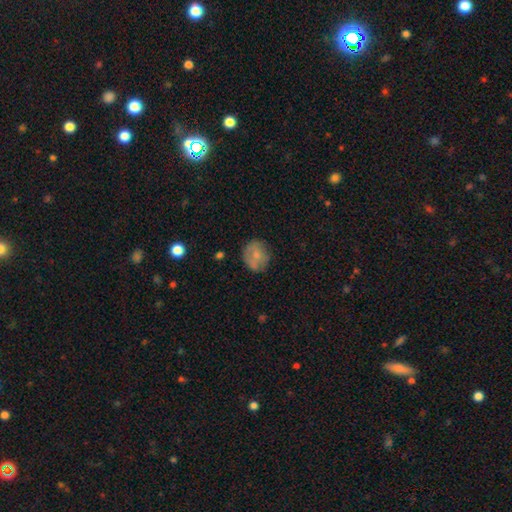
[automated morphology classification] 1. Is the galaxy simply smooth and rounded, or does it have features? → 68% smooth, 23% featured or disk, 9% star or artifact.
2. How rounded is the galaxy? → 71% round, 28% in between, 1% cigar-shaped.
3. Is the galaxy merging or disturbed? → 68% none, 21% minor disturbance, 8% major disturbance, 3% merger.